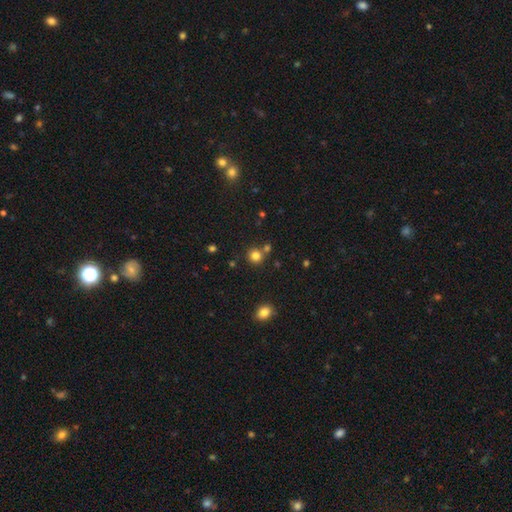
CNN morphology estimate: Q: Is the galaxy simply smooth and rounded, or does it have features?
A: smooth — 80%.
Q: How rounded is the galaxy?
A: round — 90%.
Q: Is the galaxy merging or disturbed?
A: none — 74%.